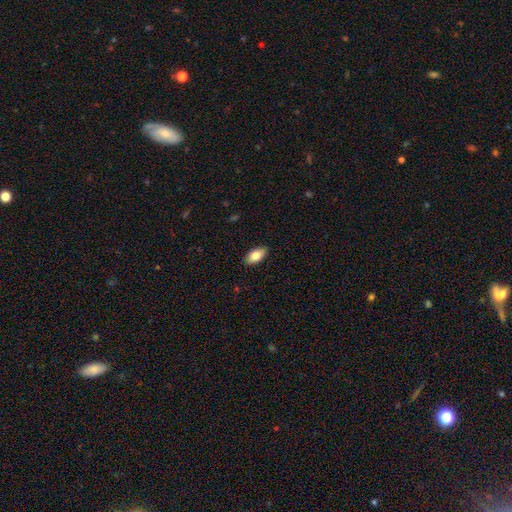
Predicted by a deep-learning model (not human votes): The model was most divided on "smooth or featured": smooth: 82%, featured or disk: 12%, star or artifact: 7%. More confident: how rounded — in between (92%); merging — none (89%).